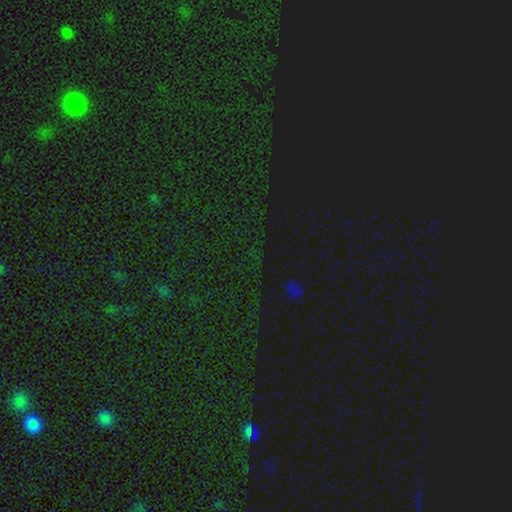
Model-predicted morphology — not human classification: This is clearly a star or artifact rather than a galaxy (81%).